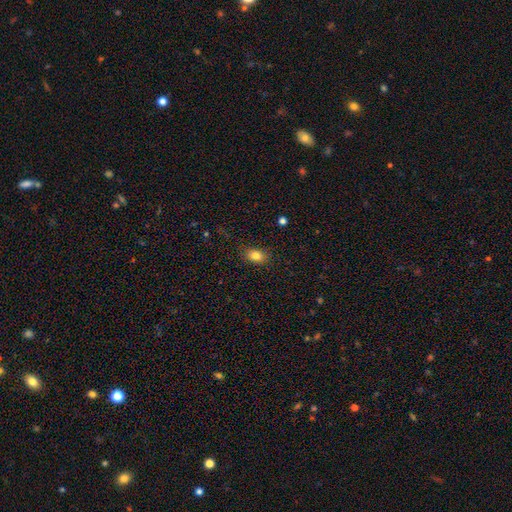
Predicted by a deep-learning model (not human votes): This appears to be a smooth galaxy with no disk features (84%) that is in between round and cigar-shaped (79%). Merging: none (85%).